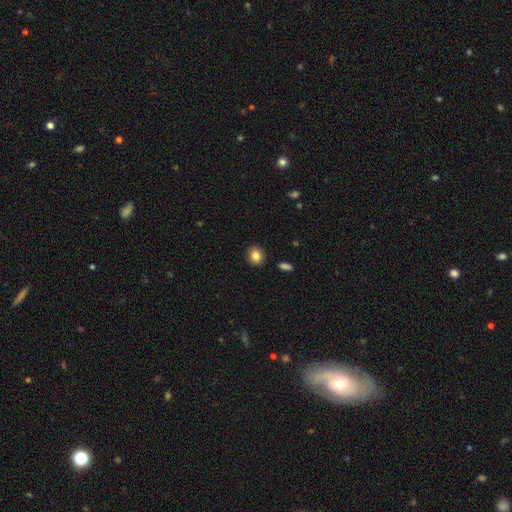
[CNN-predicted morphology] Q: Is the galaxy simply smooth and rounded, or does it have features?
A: smooth — 85%.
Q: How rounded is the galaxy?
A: round — 69%.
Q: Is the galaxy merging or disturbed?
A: none — 90%.